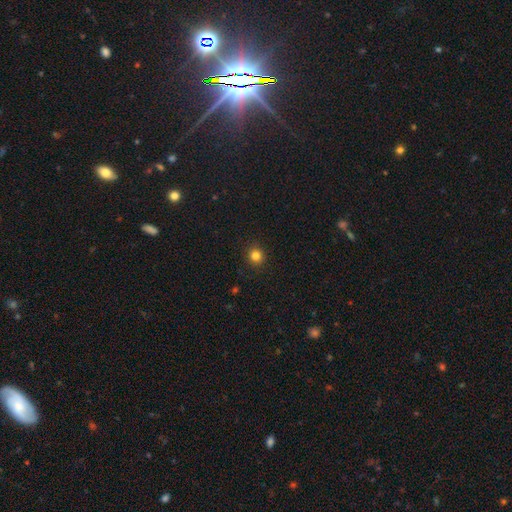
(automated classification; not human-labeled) A smooth galaxy with no disk features (83%) that is round (93%). Merging: none (92%).